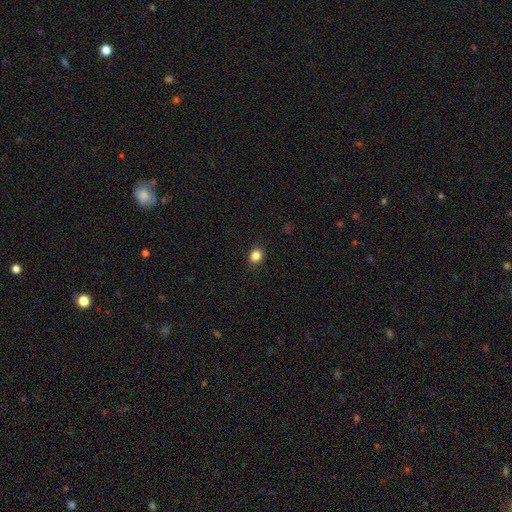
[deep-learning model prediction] Q: Smooth or featured?
A: smooth (84%); runner-up: star or artifact (11%)
Q: How rounded?
A: round (59%); runner-up: in between (40%)
Q: Merging?
A: none (87%); runner-up: minor disturbance (10%)